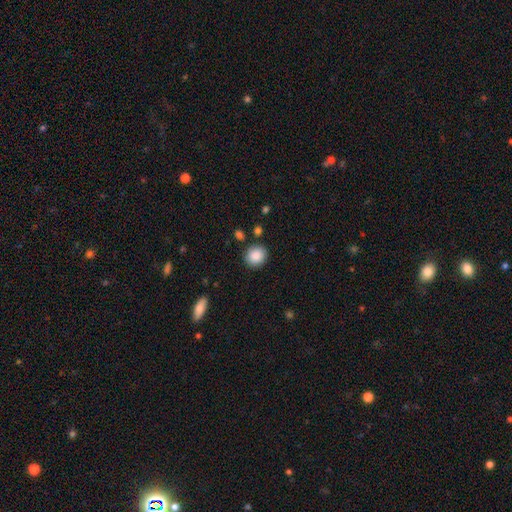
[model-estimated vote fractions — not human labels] This is clearly a smooth galaxy (88%). How rounded: likely round (78%). Merging: clearly none (87%).